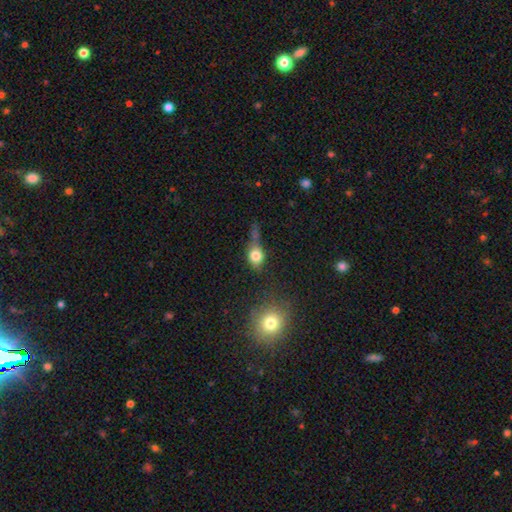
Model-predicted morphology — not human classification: type=smooth (74%); roundness=round (49%); merging=none (37%).